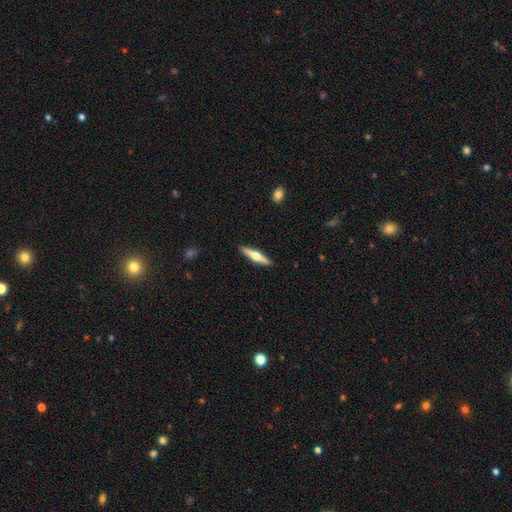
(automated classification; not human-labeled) The model was most divided on "smooth or featured": featured or disk: 55%, smooth: 40%, star or artifact: 5%. More confident: edge-on disk — yes (96%); merging — none (91%); edge-on bulge — rounded (91%).